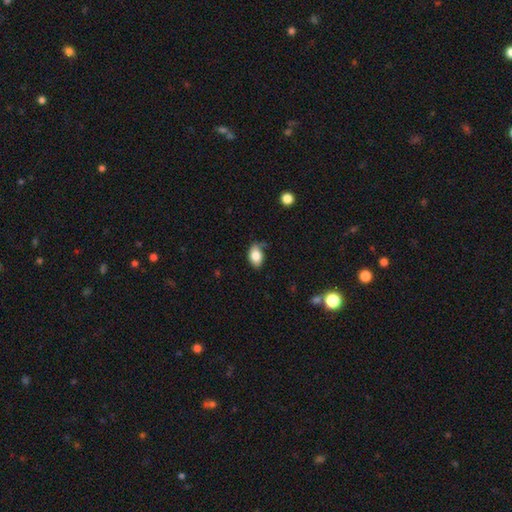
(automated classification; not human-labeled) Q: Smooth or featured?
A: smooth (80%); runner-up: featured or disk (12%)
Q: How rounded?
A: in between (88%); runner-up: round (10%)
Q: Merging?
A: none (57%); runner-up: minor disturbance (31%)